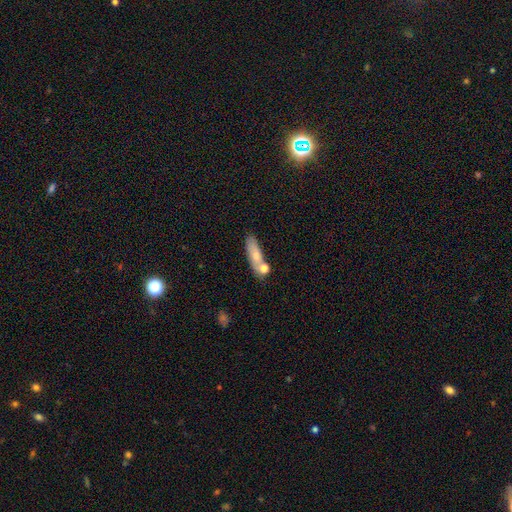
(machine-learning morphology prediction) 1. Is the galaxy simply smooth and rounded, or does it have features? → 69% smooth, 23% featured or disk, 8% star or artifact.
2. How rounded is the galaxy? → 50% cigar-shaped, 45% in between, 5% round.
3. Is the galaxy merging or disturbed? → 59% none, 20% merger, 16% minor disturbance, 5% major disturbance.